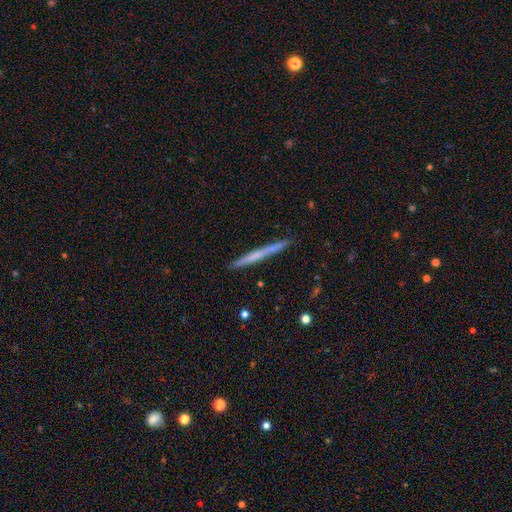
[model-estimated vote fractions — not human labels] smooth-or-featured: smooth: 52% | featured or disk: 43% | star or artifact: 6%
  how-rounded: cigar-shaped: 97% | in between: 2% | round: 1%
  merging: none: 90% | minor disturbance: 7% | merger: 1% | major disturbance: 1%